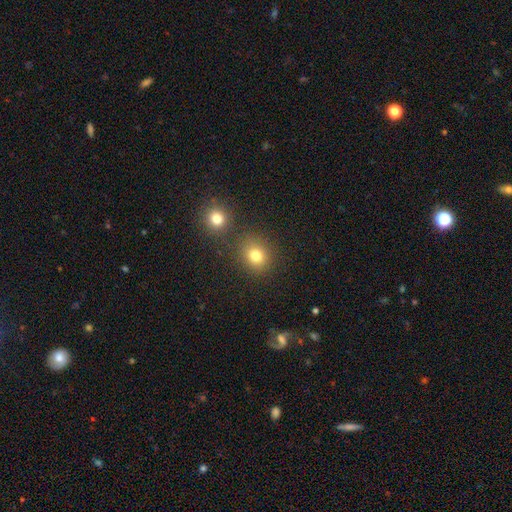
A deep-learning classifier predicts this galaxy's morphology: Smooth or featured?
  - smooth: 79% *
  - star or artifact: 15%
  - featured or disk: 6%
How rounded?
  - round: 76% *
  - in between: 23%
  - cigar-shaped: 1%
Merging?
  - none: 77% *
  - merger: 11%
  - minor disturbance: 9%
  - major disturbance: 3%